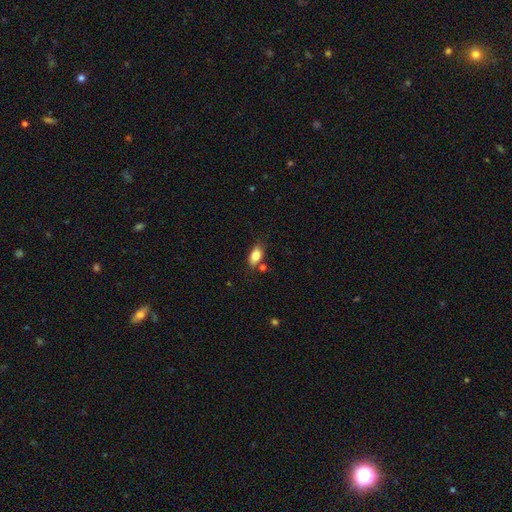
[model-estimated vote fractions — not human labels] Smooth or featured?
  - smooth: 82% *
  - featured or disk: 10%
  - star or artifact: 8%
How rounded?
  - in between: 88% *
  - round: 7%
  - cigar-shaped: 5%
Merging?
  - none: 70% *
  - minor disturbance: 17%
  - merger: 8%
  - major disturbance: 4%